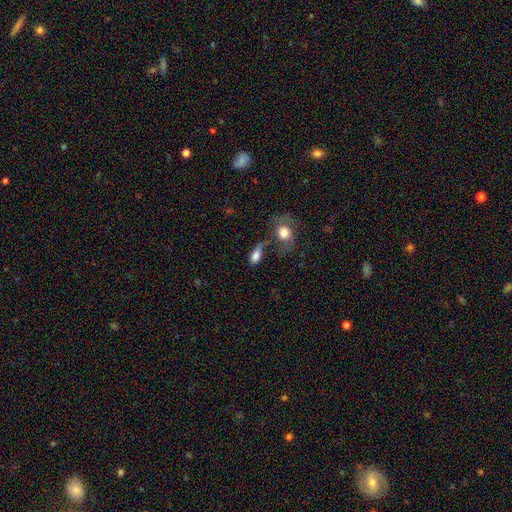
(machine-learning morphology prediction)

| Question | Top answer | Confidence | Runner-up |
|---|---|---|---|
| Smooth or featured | smooth | 78% | featured or disk (13%) |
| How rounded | in between | 81% | round (13%) |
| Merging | none | 38% | merger (27%) |